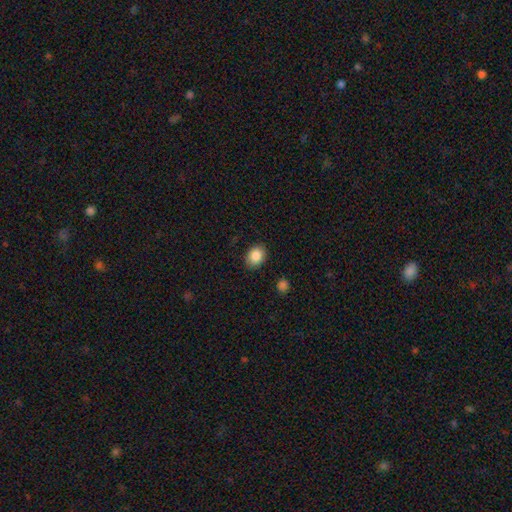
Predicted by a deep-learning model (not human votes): The model was most divided on "how rounded": in between: 57%, round: 42%, cigar-shaped: 1%. More confident: merging — none (88%); smooth or featured — smooth (87%).